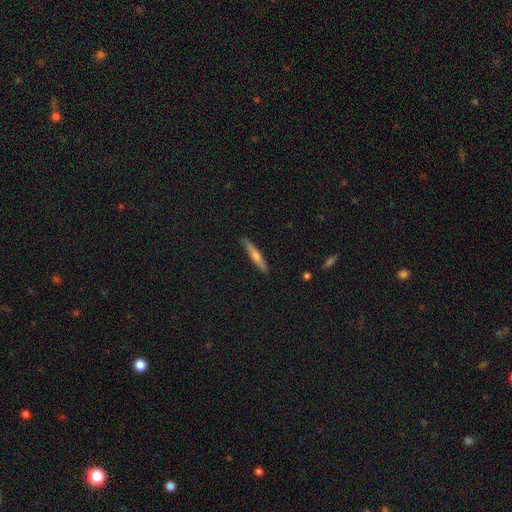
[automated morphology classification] Smooth or featured?
  - featured or disk: 47% *
  - smooth: 46%
  - star or artifact: 7%
Merging?
  - none: 90% *
  - minor disturbance: 8%
  - major disturbance: 1%
  - merger: 1%